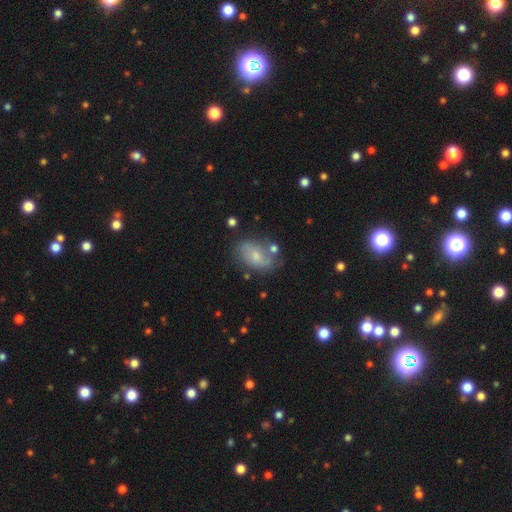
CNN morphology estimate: smooth 50%, featured or disk 41%, star or artifact 9%. Down the decision tree: merging — none (63%).